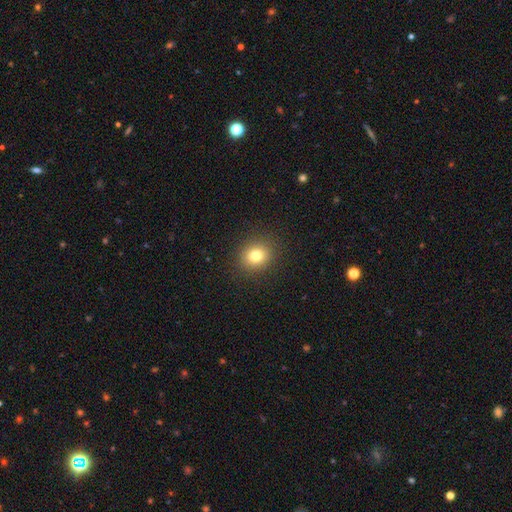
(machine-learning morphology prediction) smooth 78%, star or artifact 13%, featured or disk 9%. Down the decision tree: how rounded — round (77%); merging — none (90%).